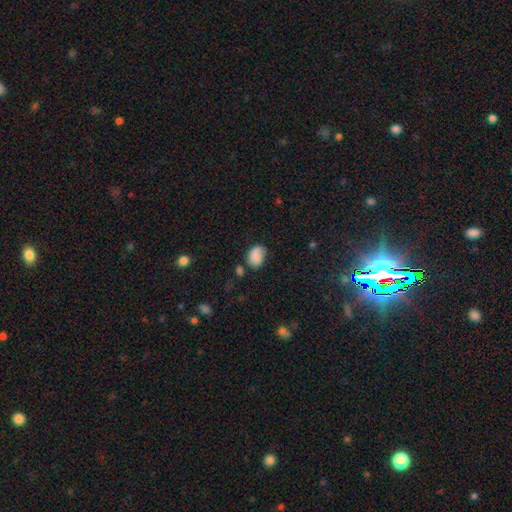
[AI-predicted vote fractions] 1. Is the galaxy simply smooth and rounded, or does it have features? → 80% smooth, 11% featured or disk, 9% star or artifact.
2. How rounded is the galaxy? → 74% in between, 25% round, 1% cigar-shaped.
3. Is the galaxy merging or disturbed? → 60% none, 26% minor disturbance, 8% major disturbance, 7% merger.